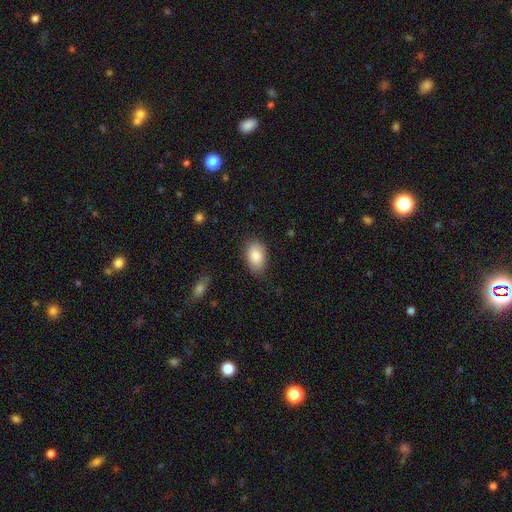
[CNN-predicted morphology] smooth-or-featured: smooth: 86% | featured or disk: 7% | star or artifact: 7%
  how-rounded: in between: 91% | round: 7% | cigar-shaped: 1%
  merging: none: 82% | minor disturbance: 14% | major disturbance: 3% | merger: 1%